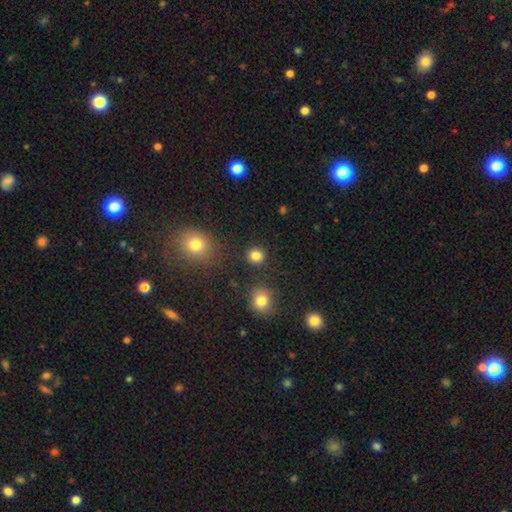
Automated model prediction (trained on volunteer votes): A smooth galaxy with no disk features (84%) that is round (91%).

Vote fractions:
- Smooth or featured? smooth: 84% / star or artifact: 12% / featured or disk: 4%
- How rounded? round: 91% / in between: 8% / cigar-shaped: 1%
- Merging? none: 89% / minor disturbance: 6% / merger: 3% / major disturbance: 2%